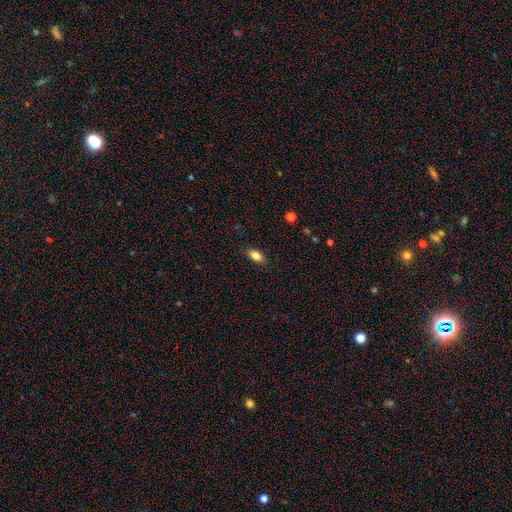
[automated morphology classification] The model was most divided on "smooth or featured": smooth: 83%, featured or disk: 9%, star or artifact: 8%. More confident: merging — none (87%); how rounded — in between (87%).